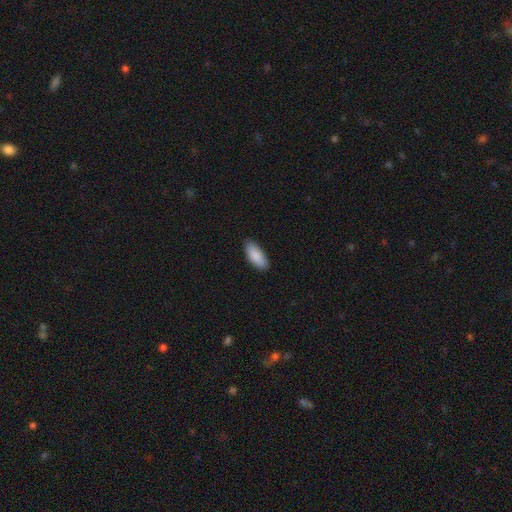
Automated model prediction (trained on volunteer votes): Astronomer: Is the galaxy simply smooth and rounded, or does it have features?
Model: smooth — 89%.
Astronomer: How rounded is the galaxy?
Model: in between — 83%.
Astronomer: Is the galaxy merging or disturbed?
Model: none — 87%.